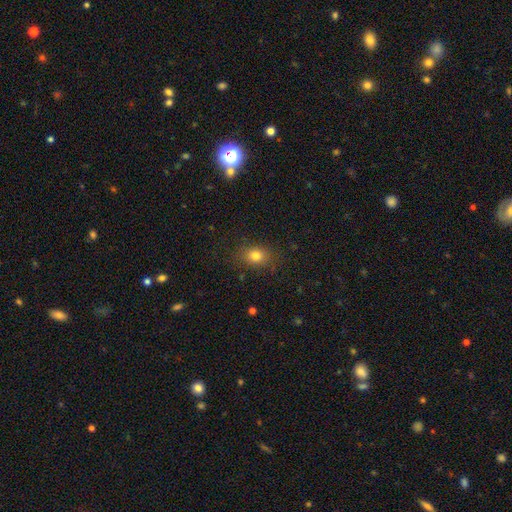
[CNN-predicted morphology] type=smooth (79%); roundness=in between (53%); merging=none (82%).